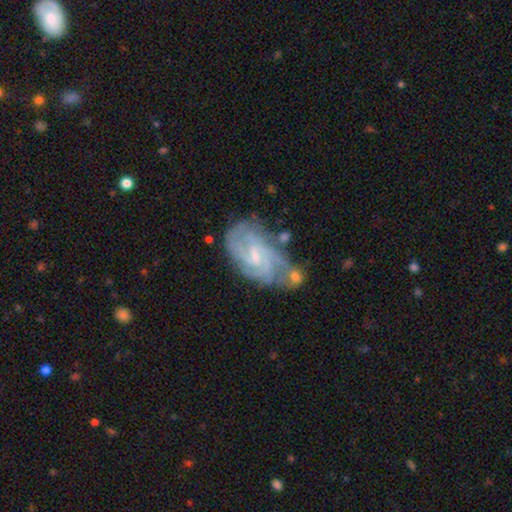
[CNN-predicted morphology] type=featured or disk (83%); edge-on=no (97%); bar=weak (52%); spiral arms=yes (94%); winding=tight (54%); arm count=can't tell (31%); bulge=small (68%); merging=none (45%).